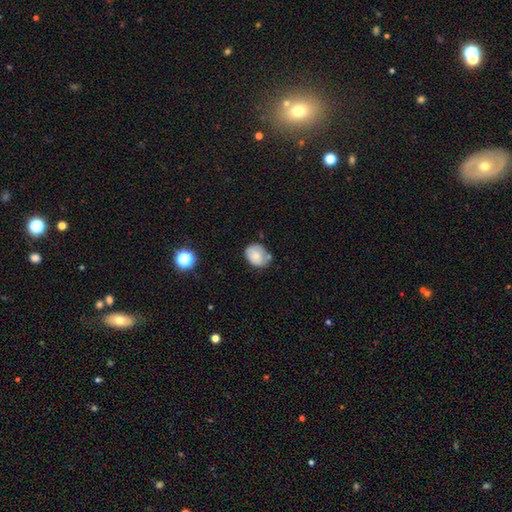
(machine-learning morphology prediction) Q: Smooth or featured?
A: smooth (76%); runner-up: featured or disk (15%)
Q: How rounded?
A: in between (61%); runner-up: round (38%)
Q: Merging?
A: none (56%); runner-up: minor disturbance (29%)